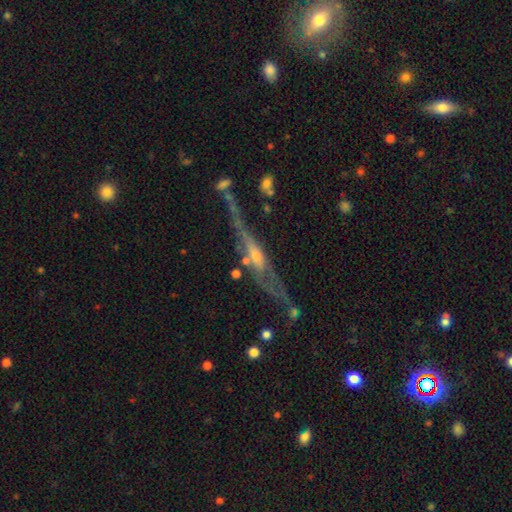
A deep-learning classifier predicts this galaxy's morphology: smooth_or_featured: featured or disk (p=0.77) [alt: smooth p=0.14]
disk_edge_on: yes (p=0.78) [alt: no p=0.22]
edge_on_bulge: rounded (p=0.64) [alt: none p=0.22]
merging: none (p=0.50) [alt: minor disturbance p=0.24]